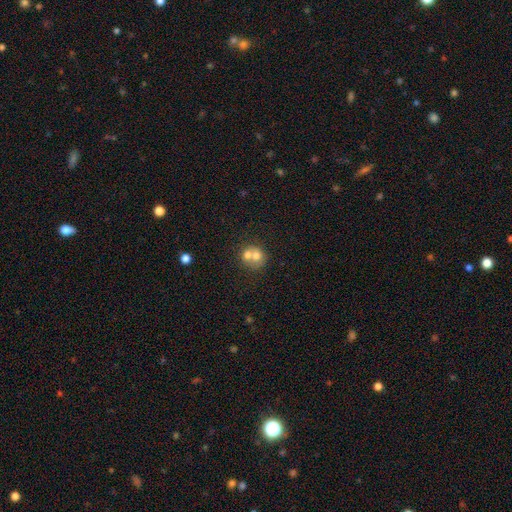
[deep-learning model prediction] This is likely a smooth galaxy (64%). How rounded: likely round (76%). Merging: likely merger (64%).